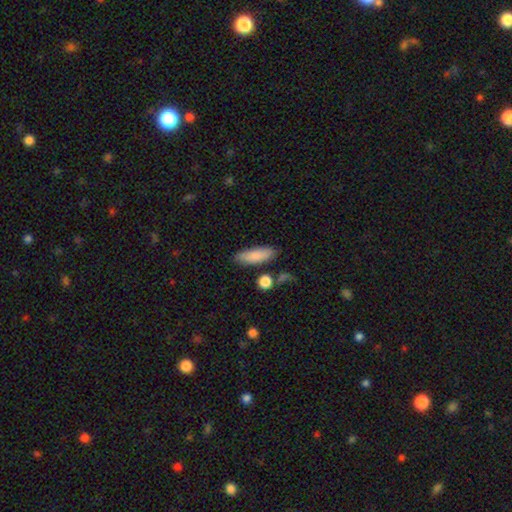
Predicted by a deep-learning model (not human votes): Smooth or featured? smooth (83%)
How rounded? in between (64%)
Merging? none (79%)